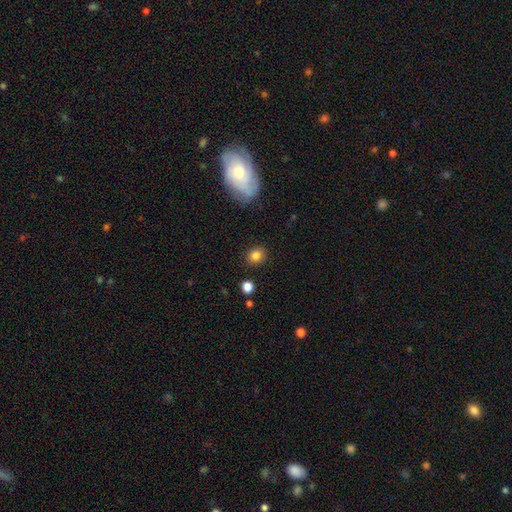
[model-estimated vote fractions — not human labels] Smooth or featured? smooth (83%)
How rounded? round (74%)
Merging? none (88%)